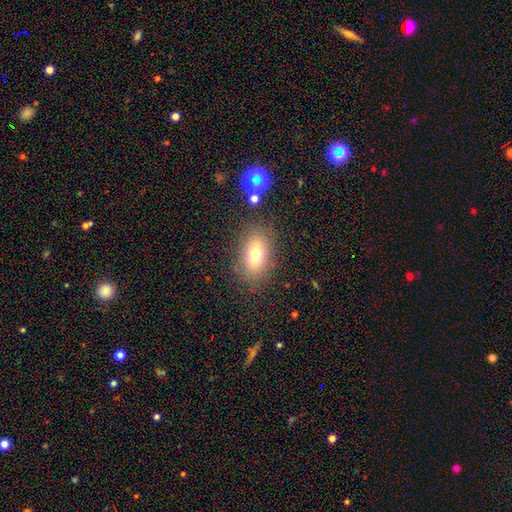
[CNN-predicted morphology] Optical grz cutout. It shows a smooth galaxy with no disk features (71%) that is in between round and cigar-shaped (83%). Merging: none (83%).